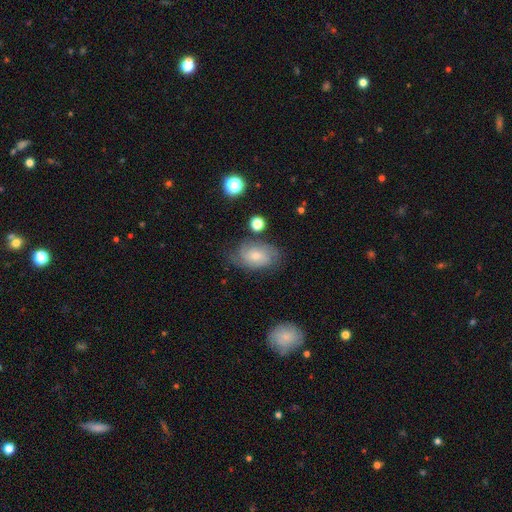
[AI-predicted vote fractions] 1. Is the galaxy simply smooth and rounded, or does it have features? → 58% featured or disk, 32% smooth, 10% star or artifact.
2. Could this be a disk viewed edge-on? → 95% no, 5% yes.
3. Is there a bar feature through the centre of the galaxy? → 70% no, 26% weak, 4% strong.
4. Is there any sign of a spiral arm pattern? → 87% yes, 13% no.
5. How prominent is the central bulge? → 59% small, 36% moderate, 2% none, 2% large, 1% dominant.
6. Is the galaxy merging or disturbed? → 68% none, 21% minor disturbance, 8% major disturbance, 3% merger.